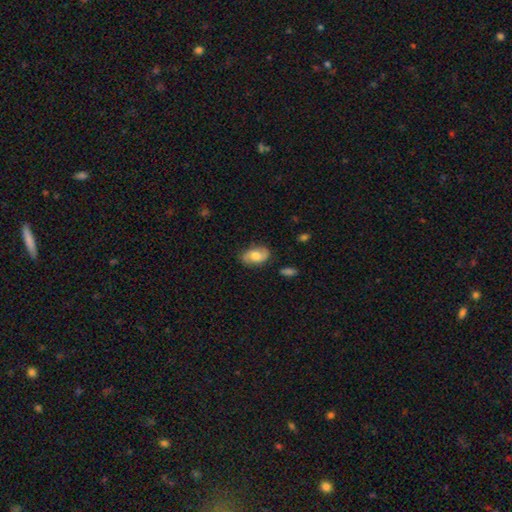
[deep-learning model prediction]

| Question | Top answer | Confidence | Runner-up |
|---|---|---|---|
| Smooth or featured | smooth | 60% | featured or disk (33%) |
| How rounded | in between | 91% | round (7%) |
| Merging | none | 80% | minor disturbance (15%) |